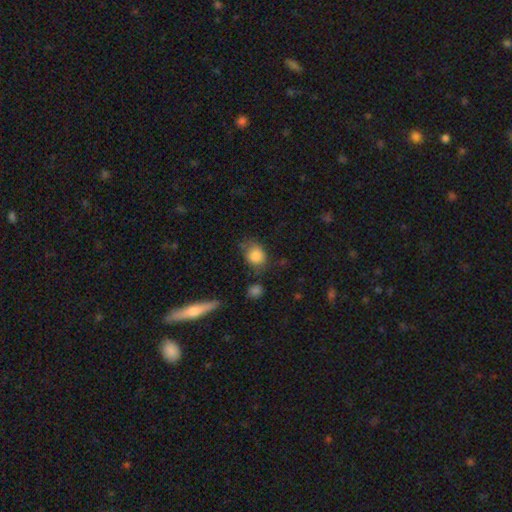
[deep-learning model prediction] The model was most divided on "how rounded": round: 55%, in between: 44%, cigar-shaped: 1%. More confident: smooth or featured — smooth (83%); merging — none (58%).